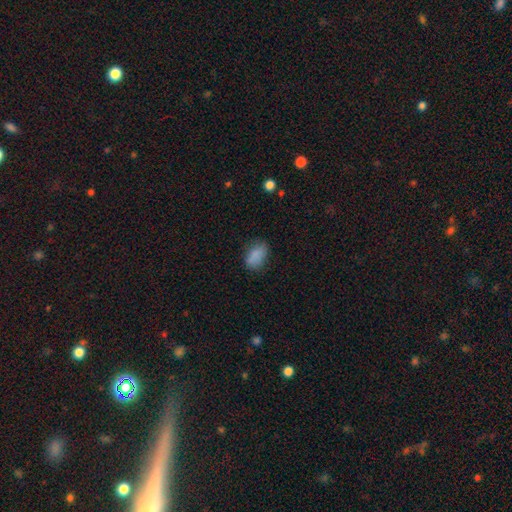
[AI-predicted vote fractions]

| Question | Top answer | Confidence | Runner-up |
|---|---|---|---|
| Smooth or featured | smooth | 84% | star or artifact (9%) |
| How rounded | in between | 89% | round (9%) |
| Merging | none | 71% | minor disturbance (22%) |